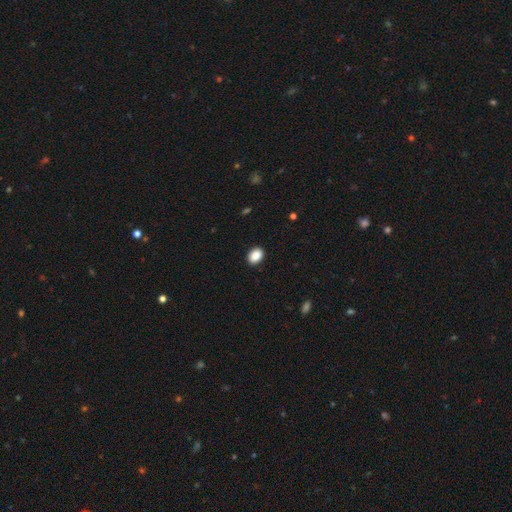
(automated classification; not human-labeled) Smooth or featured? Predicted: smooth (p=0.89). How rounded? Predicted: in between (p=0.77). Merging? Predicted: none (p=0.90).